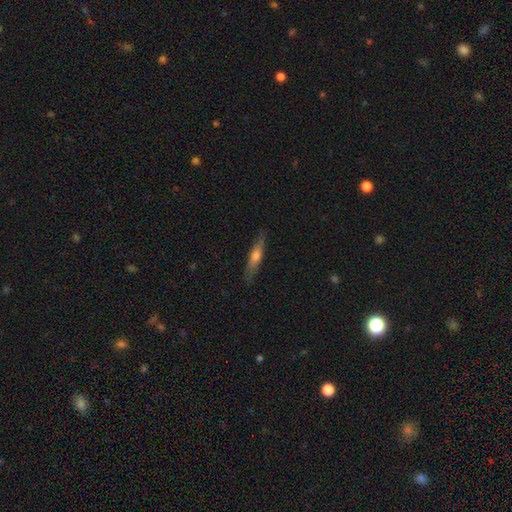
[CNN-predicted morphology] smooth_or_featured: smooth (p=0.48) [alt: featured or disk p=0.46]
merging: none (p=0.85) [alt: minor disturbance p=0.11]